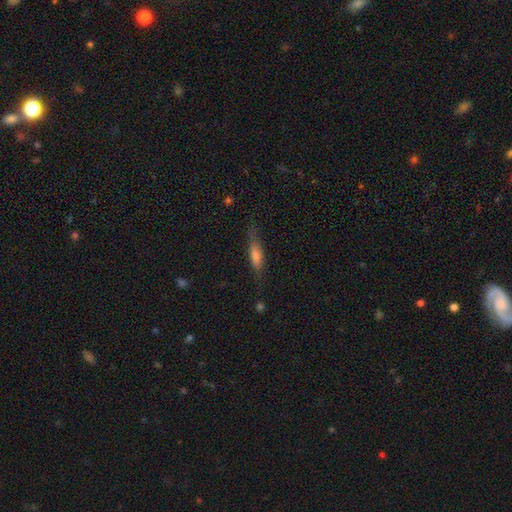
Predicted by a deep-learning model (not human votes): A smooth galaxy with no disk features (54%) that is cigar-shaped (72%). Merging: none (72%).